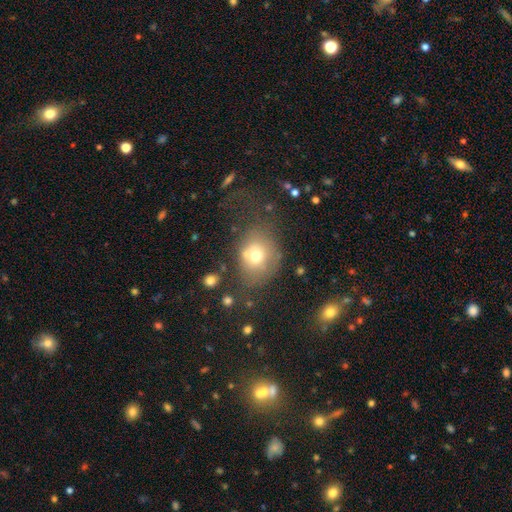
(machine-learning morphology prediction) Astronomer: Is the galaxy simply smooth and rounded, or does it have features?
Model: smooth — 68%.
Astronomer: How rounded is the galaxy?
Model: round — 54% (runner-up: in between, 45%).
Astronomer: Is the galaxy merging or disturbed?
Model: none — 51%.